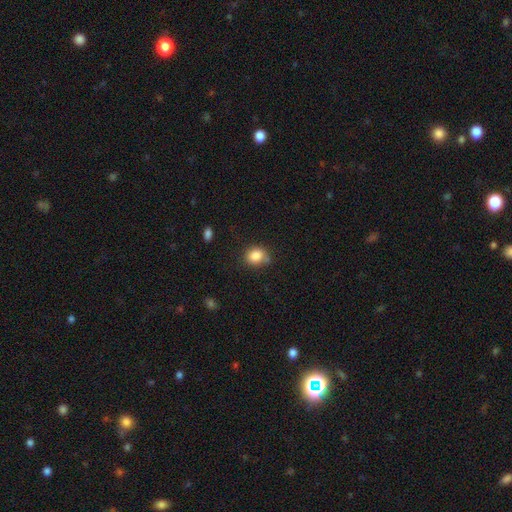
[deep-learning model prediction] This appears to be a smooth galaxy with no disk features (85%) that is round (61%). Merging: none (64%).